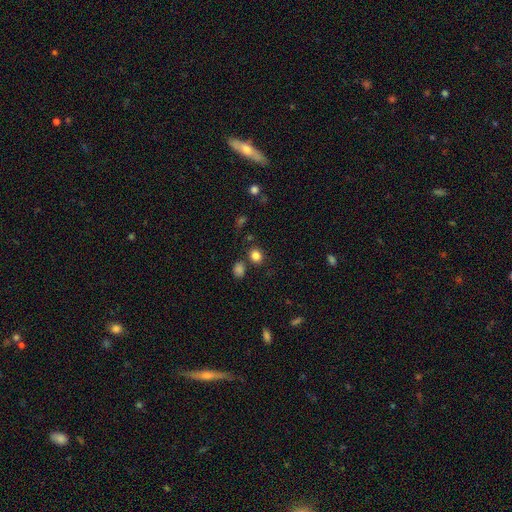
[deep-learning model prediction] Q: Smooth or featured?
A: smooth (83%); runner-up: star or artifact (12%)
Q: How rounded?
A: round (64%); runner-up: in between (35%)
Q: Merging?
A: none (77%); runner-up: minor disturbance (10%)